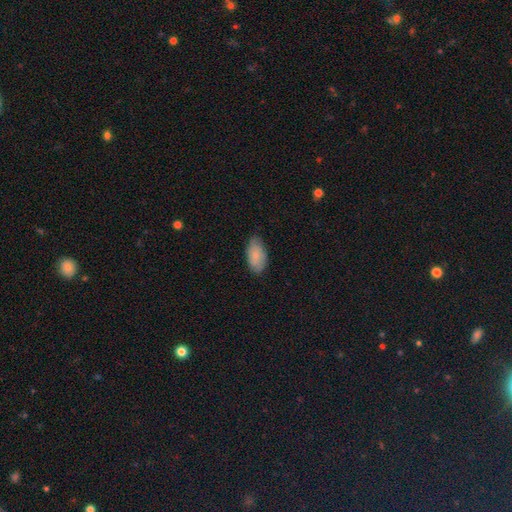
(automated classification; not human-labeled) Smooth or featured?
  - smooth: 79% *
  - featured or disk: 15%
  - star or artifact: 6%
How rounded?
  - in between: 94% *
  - round: 3%
  - cigar-shaped: 2%
Merging?
  - none: 77% *
  - minor disturbance: 19%
  - major disturbance: 3%
  - merger: 1%